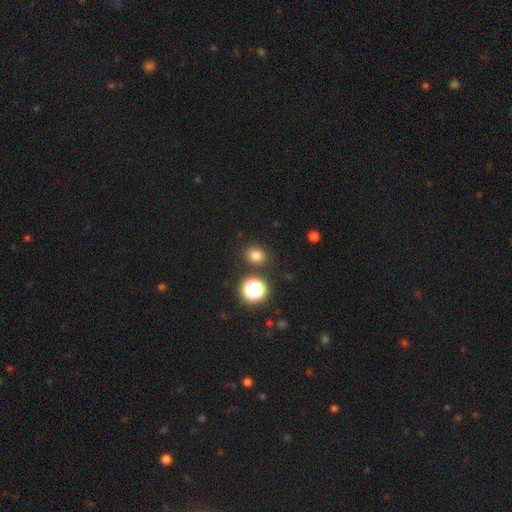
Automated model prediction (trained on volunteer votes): This appears to be a smooth galaxy with no disk features (76%) that is round (64%). Merging: none (86%).